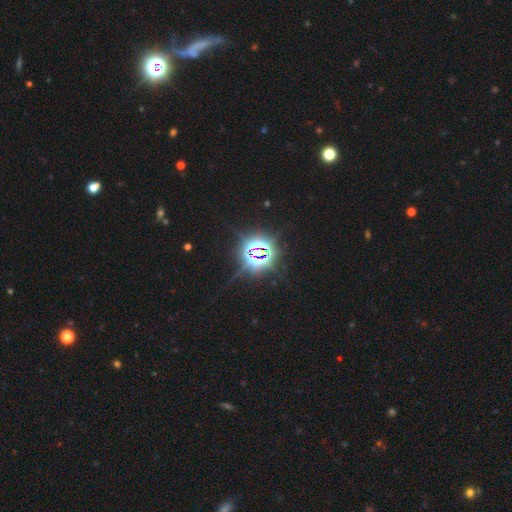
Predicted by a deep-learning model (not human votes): A star or artifact, not a galaxy (83%).

Vote fractions:
- Smooth or featured? star or artifact: 83% / smooth: 9% / featured or disk: 8%